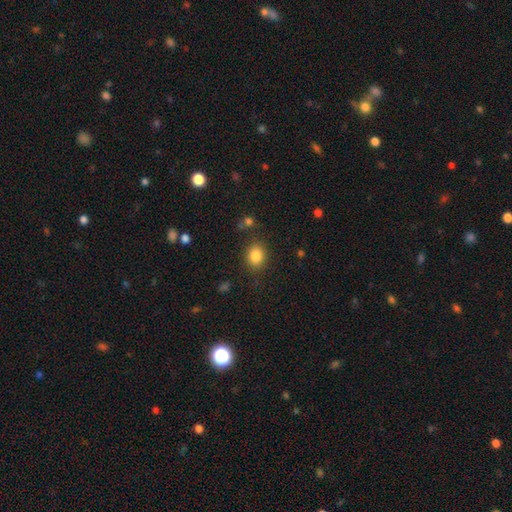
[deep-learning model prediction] Morphology: type=smooth (84%); roundness=round (56%); merging=none (83%).